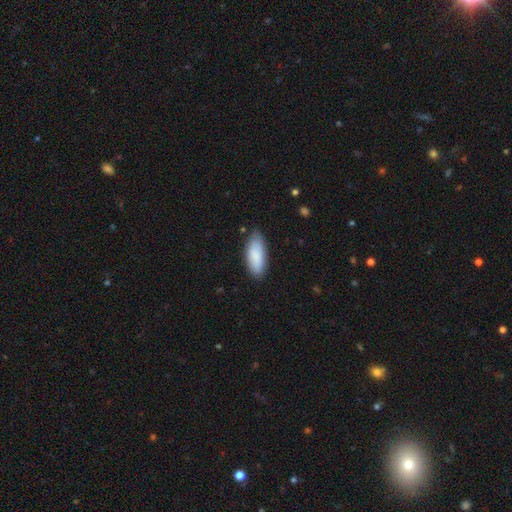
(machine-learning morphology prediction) This appears to be a smooth galaxy with no disk features (85%) that is in between round and cigar-shaped (78%). Merging: none (79%).